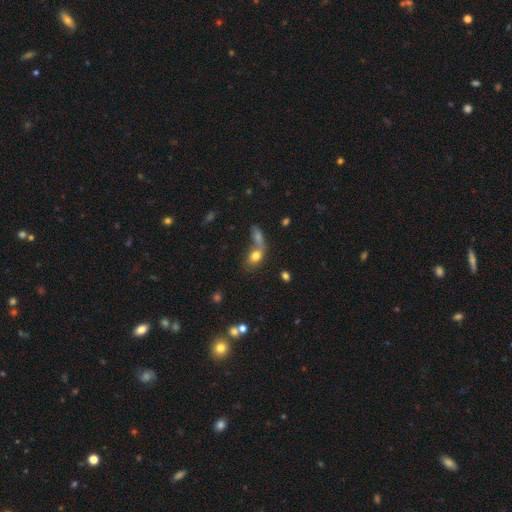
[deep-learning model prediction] smooth_or_featured: smooth (p=0.77) [alt: featured or disk p=0.13]
how_rounded: in between (p=0.71) [alt: round p=0.25]
merging: merger (p=0.52) [alt: none p=0.33]